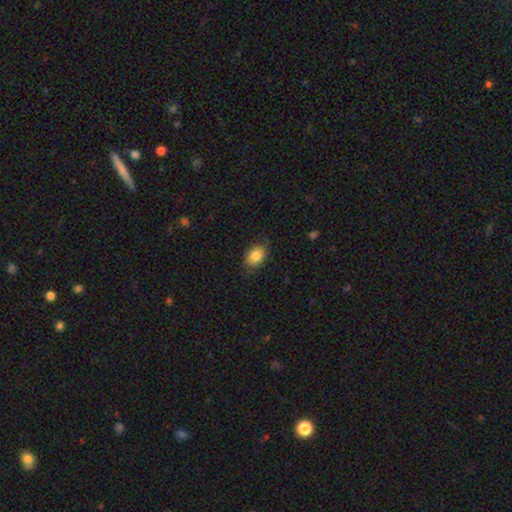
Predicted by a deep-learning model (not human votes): Q: Smooth or featured?
A: smooth (83%); runner-up: featured or disk (9%)
Q: How rounded?
A: in between (76%); runner-up: round (22%)
Q: Merging?
A: none (80%); runner-up: minor disturbance (16%)